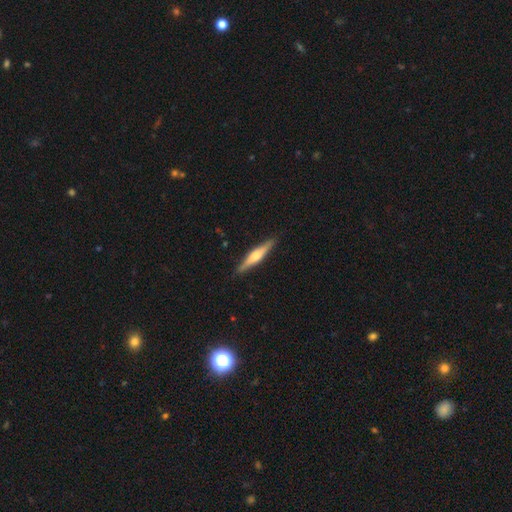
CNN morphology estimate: featured or disk 64%, smooth 30%, star or artifact 5%. Down the decision tree: edge-on disk — yes (97%); edge-on bulge — rounded (86%); merging — none (90%).